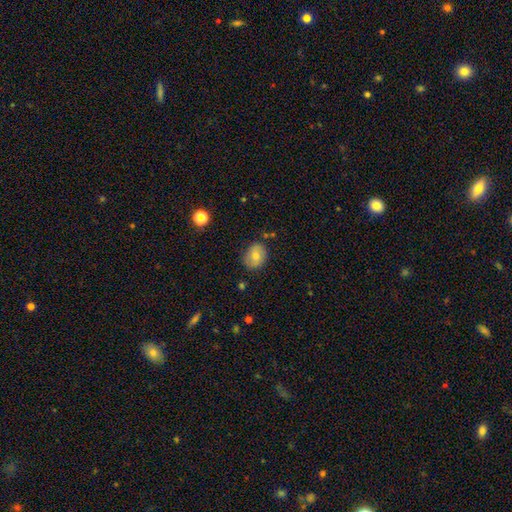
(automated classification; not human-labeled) A smooth galaxy with no disk features (72%) that is in between round and cigar-shaped (52%).

Vote fractions:
- Smooth or featured? smooth: 72% / featured or disk: 19% / star or artifact: 9%
- How rounded? in between: 52% / round: 47% / cigar-shaped: 1%
- Merging? none: 78% / minor disturbance: 16% / major disturbance: 3% / merger: 2%